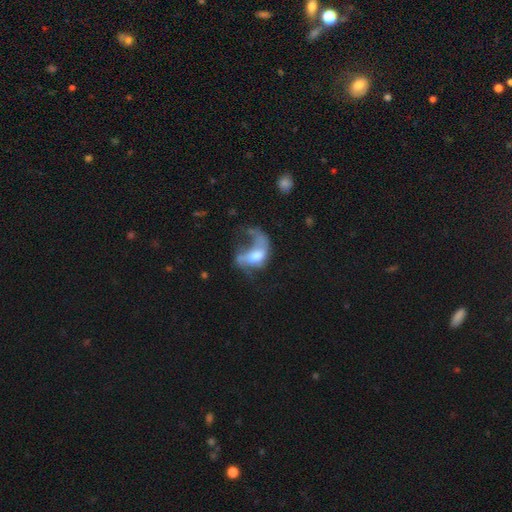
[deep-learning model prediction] Overall: featured or disk (55%; smooth 36%). Edge-on disk: no (95%). Bar: no (65%; weak 27%). Spiral arms: no (50%, tied with yes). Bulge size: moderate (45%; large 25%). Merging: major disturbance (59%).